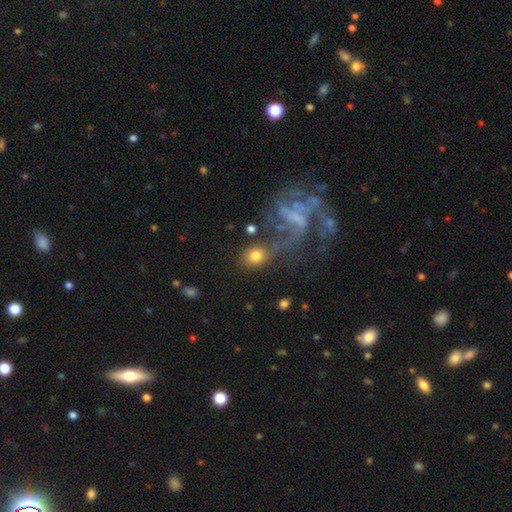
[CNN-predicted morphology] Smooth or featured? Predicted: smooth (p=0.70). How rounded? Predicted: round (p=0.66). Merging? Predicted: none (p=0.56).